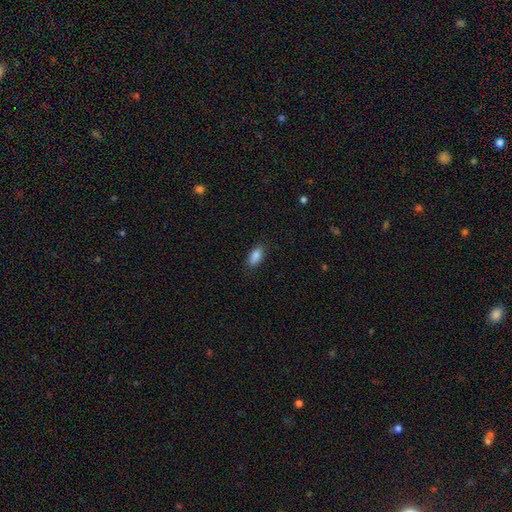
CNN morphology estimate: A smooth galaxy with no disk features (87%) that is in between round and cigar-shaped (88%). Merging: none (84%).